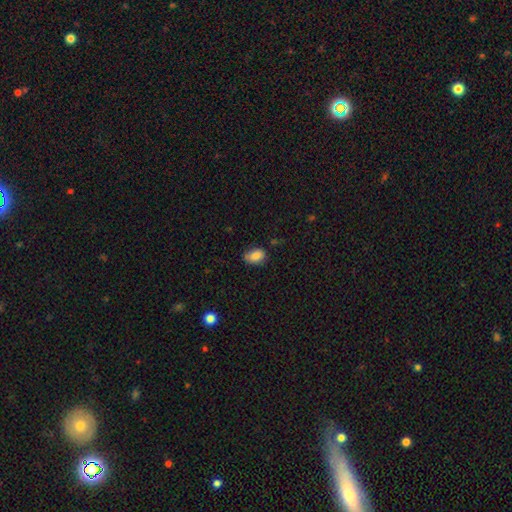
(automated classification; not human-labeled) The model was most divided on "merging": none: 73%, minor disturbance: 21%, major disturbance: 4%, merger: 2%. More confident: smooth or featured — smooth (85%); how rounded — in between (84%).